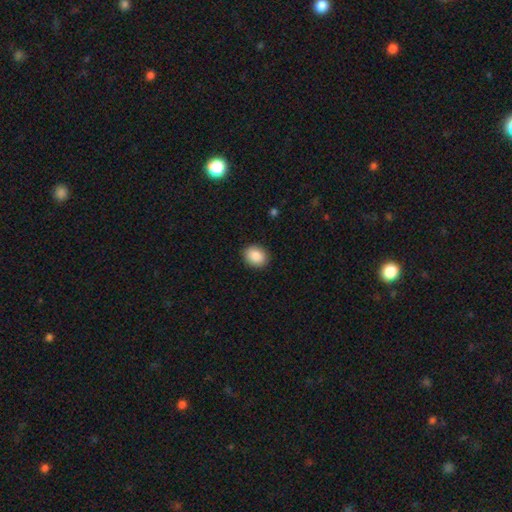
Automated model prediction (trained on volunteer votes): Morphology: type=smooth (87%); roundness=round (57%); merging=none (90%).